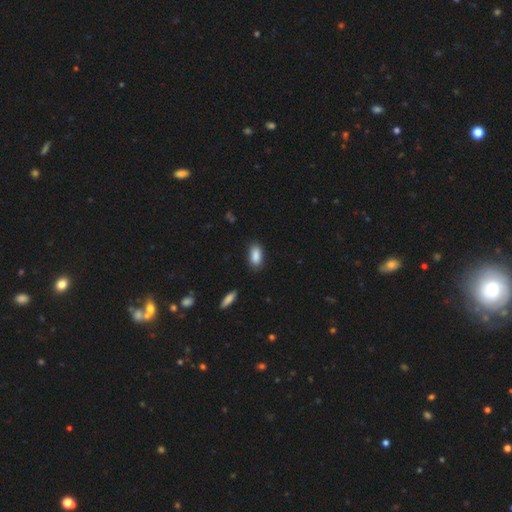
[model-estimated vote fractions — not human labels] Smooth or featured?
  - smooth: 88% *
  - star or artifact: 7%
  - featured or disk: 5%
How rounded?
  - in between: 89% *
  - cigar-shaped: 8%
  - round: 3%
Merging?
  - none: 84% *
  - minor disturbance: 12%
  - major disturbance: 2%
  - merger: 2%